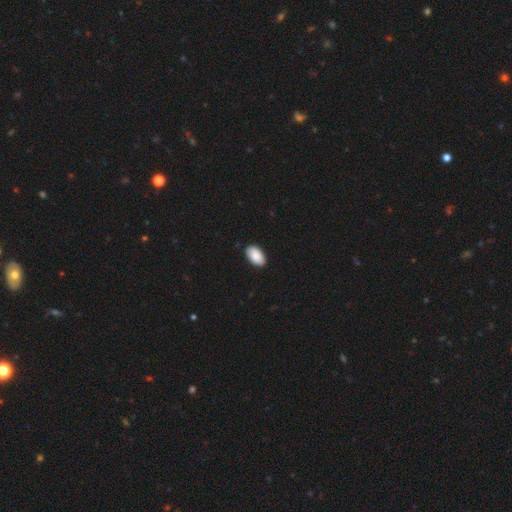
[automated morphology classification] Smooth or featured? Predicted: smooth (p=0.89). How rounded? Predicted: in between (p=0.95). Merging? Predicted: none (p=0.89).